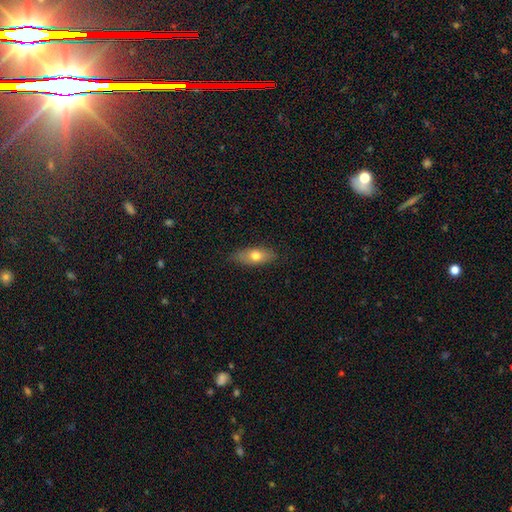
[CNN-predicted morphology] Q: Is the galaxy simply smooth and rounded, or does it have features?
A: smooth — 67%.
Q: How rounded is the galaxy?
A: in between — 73%.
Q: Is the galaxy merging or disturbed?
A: none — 81%.